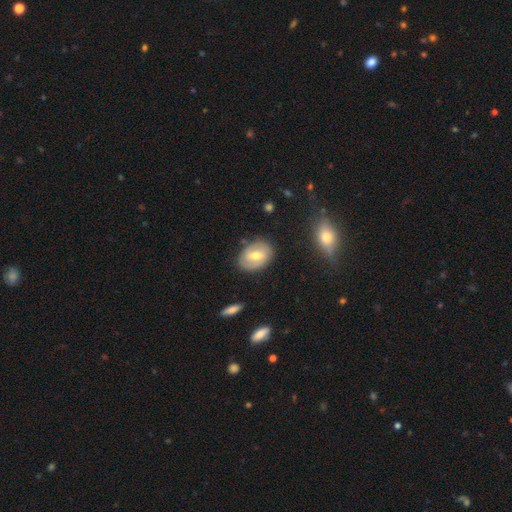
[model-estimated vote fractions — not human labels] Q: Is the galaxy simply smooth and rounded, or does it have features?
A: featured or disk — 49%.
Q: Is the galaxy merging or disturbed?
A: none — 80%.